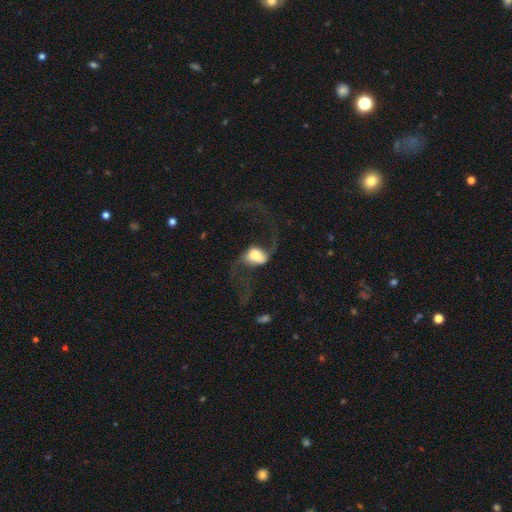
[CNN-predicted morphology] This is likely a featured or disk galaxy (69%). It is clearly not viewed edge-on (96%). Bar: marginally no (40%). Spiral arm pattern: clearly yes (88%). Spiral arm count: clearly 2 (91%). Spiral winding: clearly loose (89%). Central bulge: marginally large (36%). Merging: marginally none (41%).